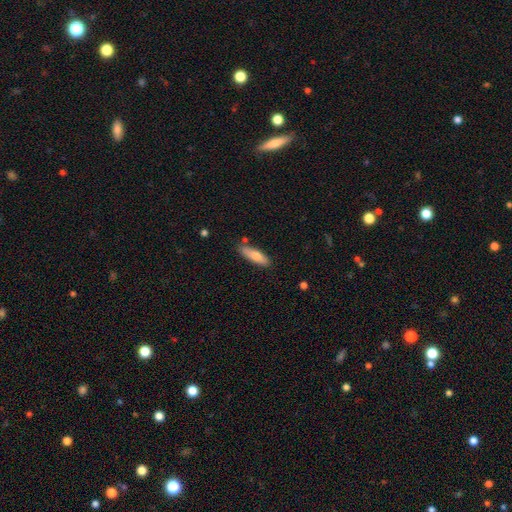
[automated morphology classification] smooth 68%, featured or disk 26%, star or artifact 6%. Down the decision tree: how rounded — cigar-shaped (59%); merging — none (82%).